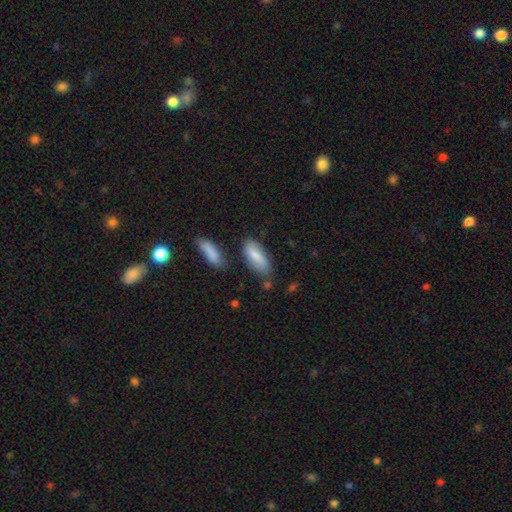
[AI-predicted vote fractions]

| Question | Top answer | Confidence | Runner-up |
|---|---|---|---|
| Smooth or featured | smooth | 79% | featured or disk (15%) |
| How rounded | in between | 79% | cigar-shaped (18%) |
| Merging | none | 68% | minor disturbance (19%) |